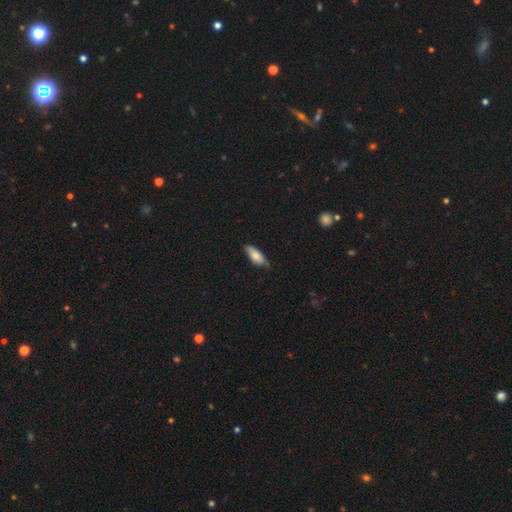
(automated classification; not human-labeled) A smooth galaxy with no disk features (76%) that is in between round and cigar-shaped (75%).

Vote fractions:
- Smooth or featured? smooth: 76% / featured or disk: 18% / star or artifact: 6%
- How rounded? in between: 75% / cigar-shaped: 22% / round: 2%
- Merging? none: 73% / minor disturbance: 23% / major disturbance: 3% / merger: 1%